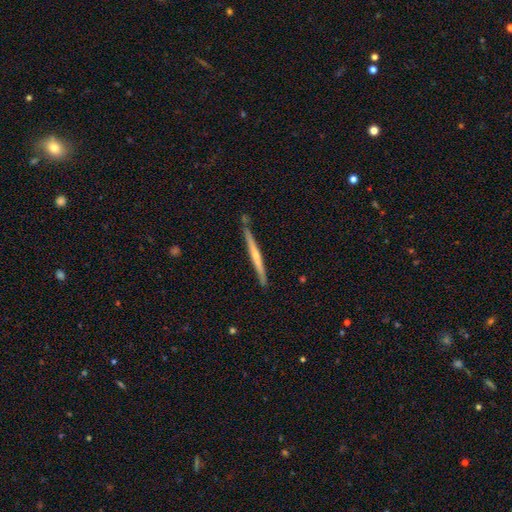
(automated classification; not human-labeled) smooth-or-featured: featured or disk: 59% | smooth: 36% | star or artifact: 6%
  disk-edge-on: yes: 97% | no: 3%
    edge-on-bulge: none: 49% | rounded: 45% | boxy: 6%
  merging: none: 83% | minor disturbance: 11% | merger: 3% | major disturbance: 2%